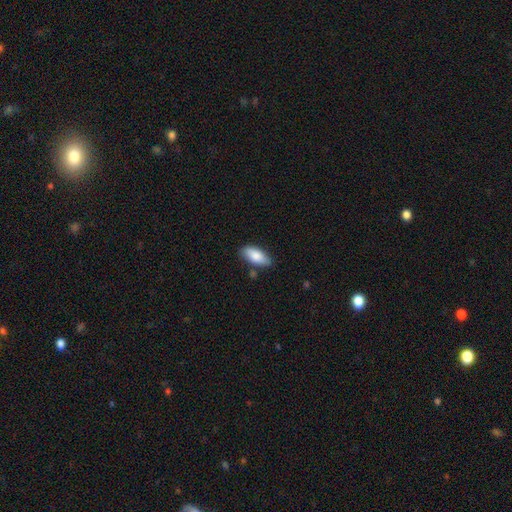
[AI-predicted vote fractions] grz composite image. It shows a smooth galaxy with no disk features (83%) that is in between round and cigar-shaped (85%). Merging: none (78%).